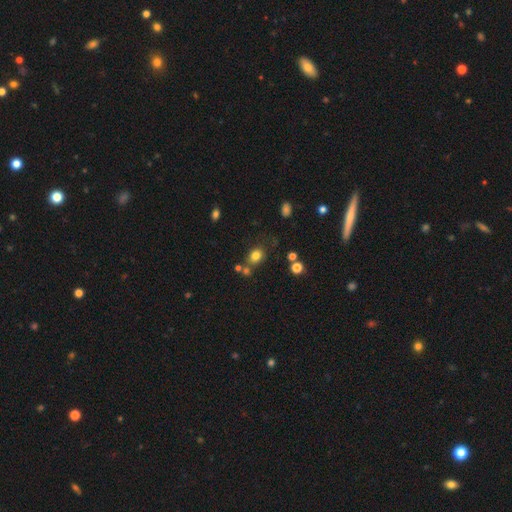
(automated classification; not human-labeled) This is likely a smooth galaxy (78%). How rounded: possibly round (54%). Merging: likely none (65%).